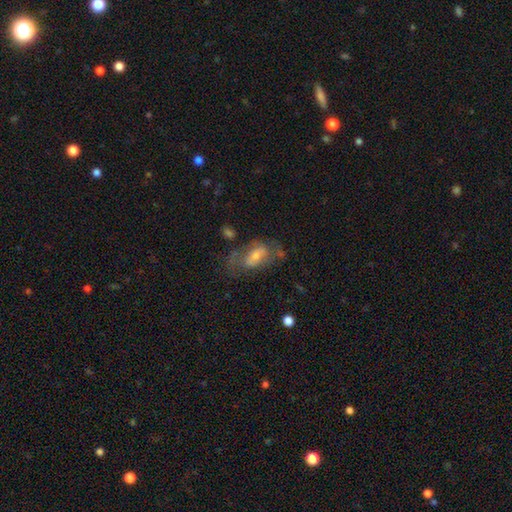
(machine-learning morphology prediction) This is possibly a featured or disk galaxy (51%). It is clearly not viewed edge-on (91%). Merging: possibly none (47%).